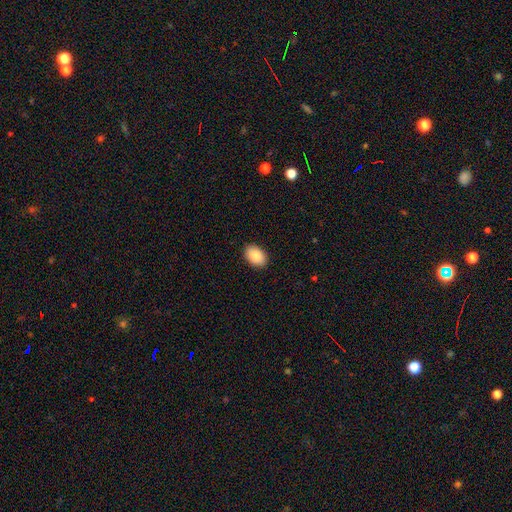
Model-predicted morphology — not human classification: Smooth or featured? smooth (89%)
How rounded? in between (88%)
Merging? none (90%)